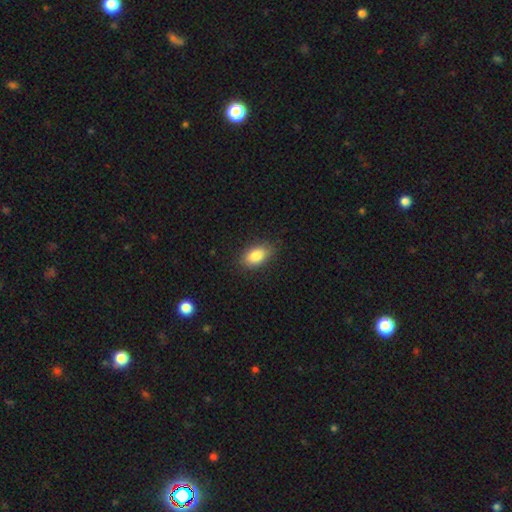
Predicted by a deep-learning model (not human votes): A smooth galaxy with no disk features (85%) that is in between round and cigar-shaped (90%).

Vote fractions:
- Smooth or featured? smooth: 85% / featured or disk: 8% / star or artifact: 8%
- How rounded? in between: 90% / round: 8% / cigar-shaped: 2%
- Merging? none: 84% / minor disturbance: 13% / major disturbance: 3% / merger: 1%